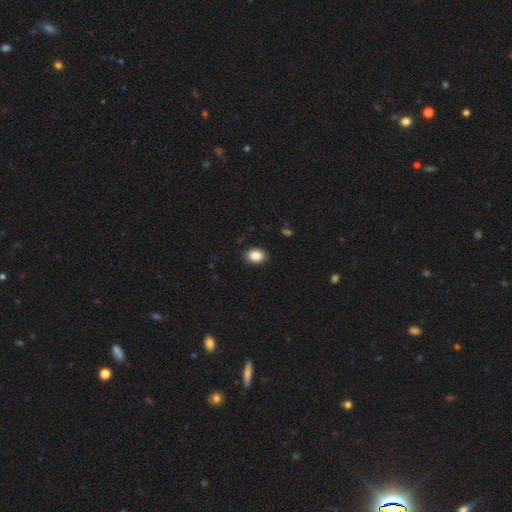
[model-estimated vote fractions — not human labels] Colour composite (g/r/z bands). It shows a smooth galaxy with no disk features (88%) that is in between round and cigar-shaped (70%). Merging: none (88%).